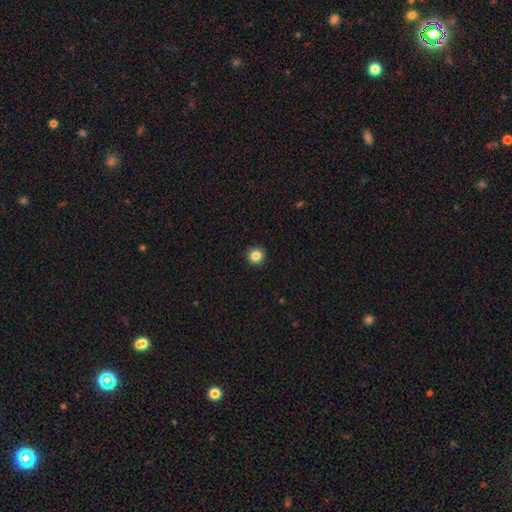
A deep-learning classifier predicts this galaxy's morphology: A smooth galaxy with no disk features (85%) that is round (95%). Merging: none (94%).